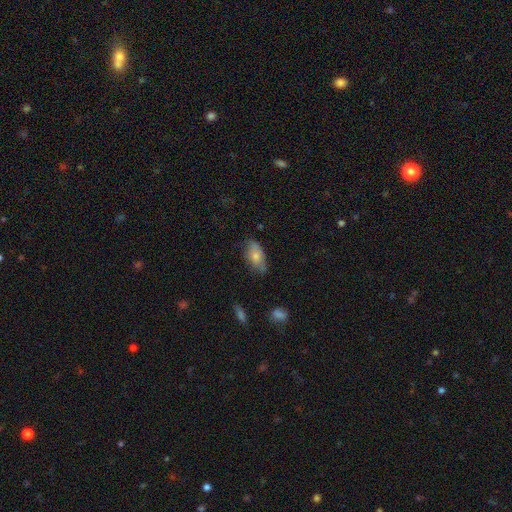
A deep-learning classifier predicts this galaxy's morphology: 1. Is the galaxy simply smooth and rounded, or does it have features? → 69% smooth, 24% featured or disk, 7% star or artifact.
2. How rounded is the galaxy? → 90% in between, 6% cigar-shaped, 5% round.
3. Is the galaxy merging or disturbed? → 60% none, 31% minor disturbance, 7% major disturbance, 2% merger.